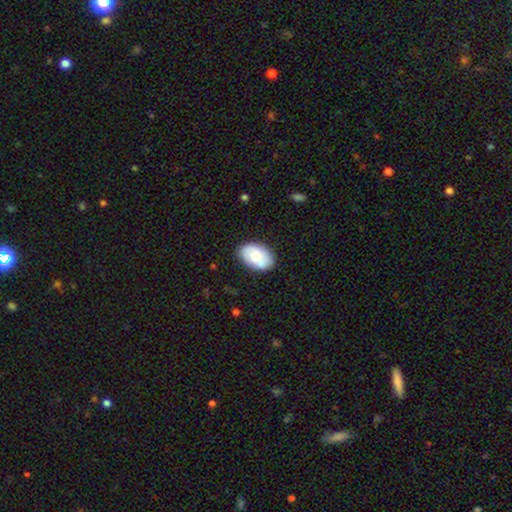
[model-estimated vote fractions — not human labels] Smooth or featured? Predicted: smooth (p=0.68). How rounded? Predicted: in between (p=0.89). Merging? Predicted: none (p=0.76).